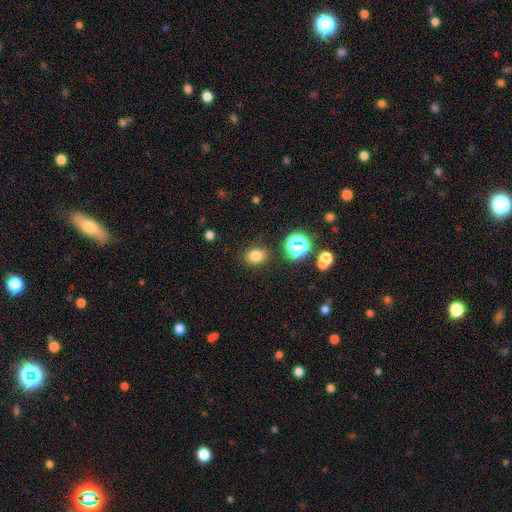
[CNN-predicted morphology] Smooth or featured: smooth — 77% (star or artifact — 16%)
How rounded: in between — 53% (round — 46%)
Merging: none — 84% (minor disturbance — 10%)